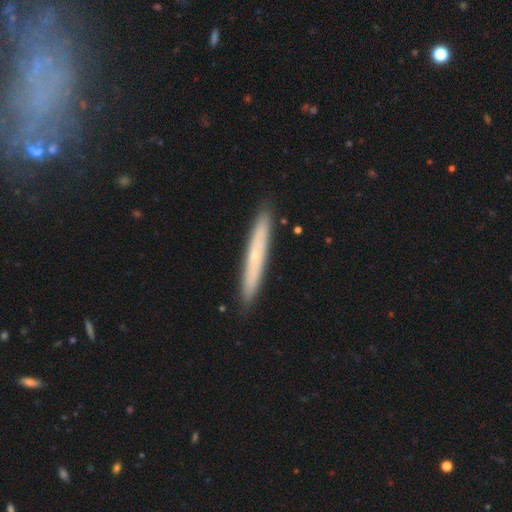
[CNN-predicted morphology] Q: Smooth or featured?
A: featured or disk (51%); runner-up: smooth (43%)
Q: Edge-on disk?
A: yes (88%); runner-up: no (12%)
Q: Merging?
A: none (91%); runner-up: minor disturbance (7%)